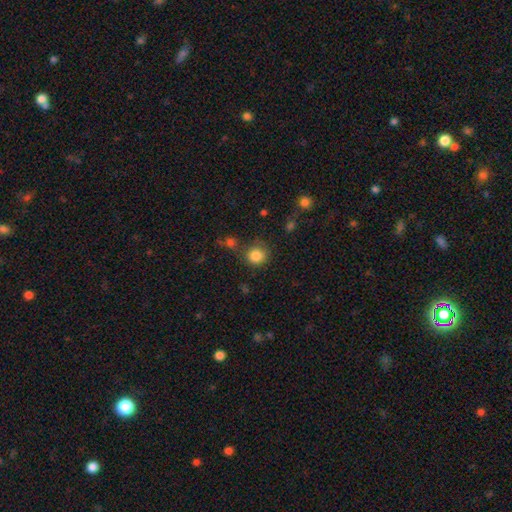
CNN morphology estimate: Smooth or featured? Predicted: smooth (p=0.84). How rounded? Predicted: round (p=0.87). Merging? Predicted: none (p=0.70).